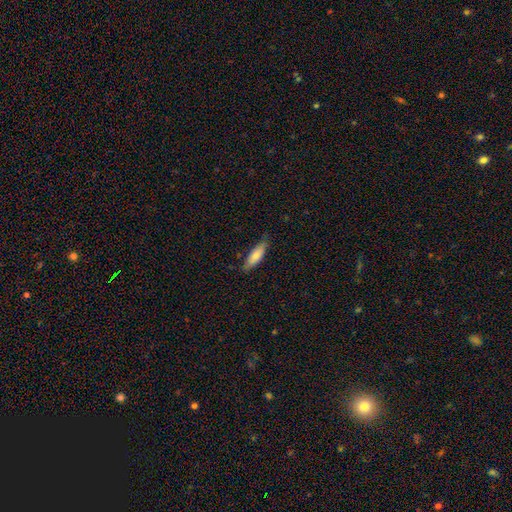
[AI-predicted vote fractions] Smooth or featured: smooth — 75% (featured or disk — 19%)
How rounded: in between — 50% (cigar-shaped — 48%)
Merging: none — 75% (minor disturbance — 20%)